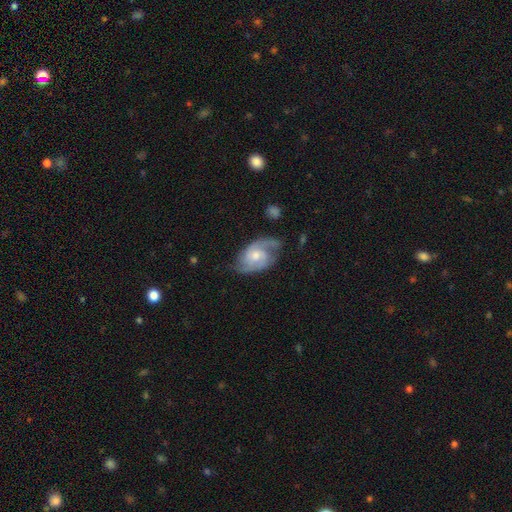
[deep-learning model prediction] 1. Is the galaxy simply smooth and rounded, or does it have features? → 82% featured or disk, 13% smooth, 5% star or artifact.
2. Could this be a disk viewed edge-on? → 96% no, 4% yes.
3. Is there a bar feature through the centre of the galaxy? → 61% no, 34% weak, 5% strong.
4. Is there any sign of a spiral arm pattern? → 96% yes, 4% no.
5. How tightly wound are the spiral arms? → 49% medium, 31% tight, 20% loose.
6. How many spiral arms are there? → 72% 2, 11% 3, 9% can't tell, 4% 1, 2% 4, 2% more than 4.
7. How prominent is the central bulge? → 58% moderate, 32% small, 6% large, 3% none, 1% dominant.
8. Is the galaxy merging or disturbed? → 65% none, 23% minor disturbance, 10% major disturbance, 2% merger.